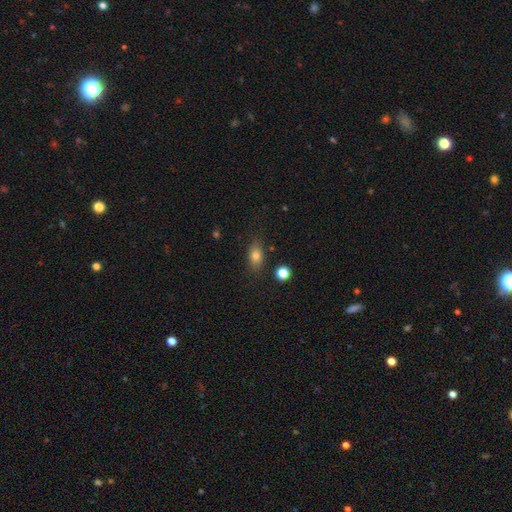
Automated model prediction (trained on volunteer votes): A smooth galaxy with no disk features (78%) that is in between round and cigar-shaped (79%).

Vote fractions:
- Smooth or featured? smooth: 78% / featured or disk: 12% / star or artifact: 10%
- How rounded? in between: 79% / round: 14% / cigar-shaped: 6%
- Merging? none: 80% / minor disturbance: 13% / major disturbance: 3% / merger: 3%